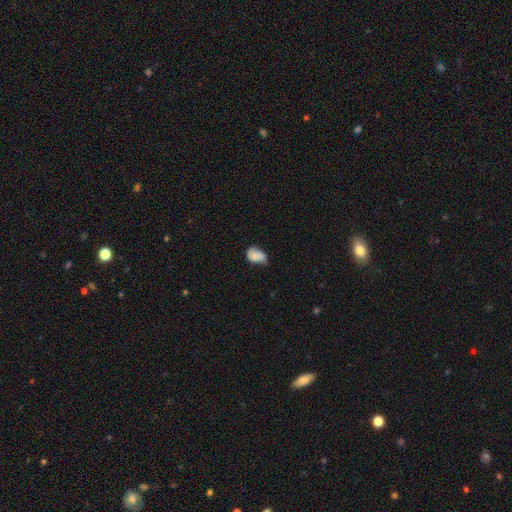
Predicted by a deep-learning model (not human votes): Morphology: type=smooth (66%); roundness=in between (80%); merging=none (44%).